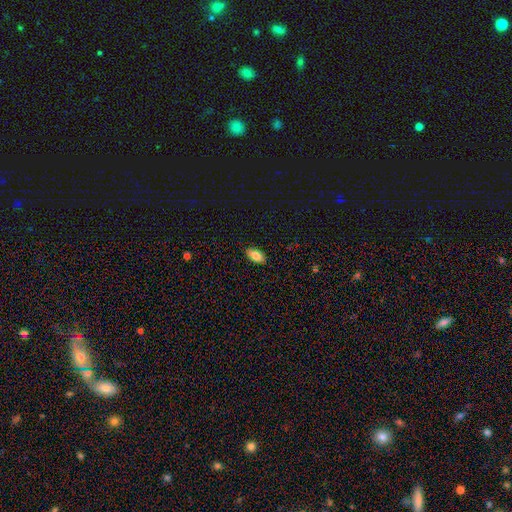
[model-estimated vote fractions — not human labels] Q: Smooth or featured?
A: smooth (84%); runner-up: featured or disk (9%)
Q: How rounded?
A: in between (91%); runner-up: cigar-shaped (5%)
Q: Merging?
A: none (88%); runner-up: minor disturbance (9%)